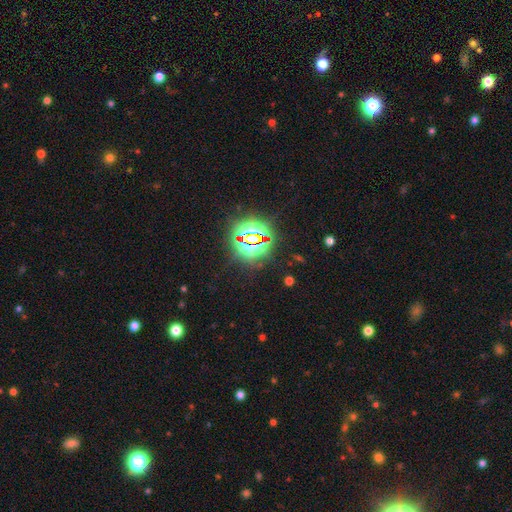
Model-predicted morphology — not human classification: Smooth or featured: star or artifact — 83% (smooth — 11%)